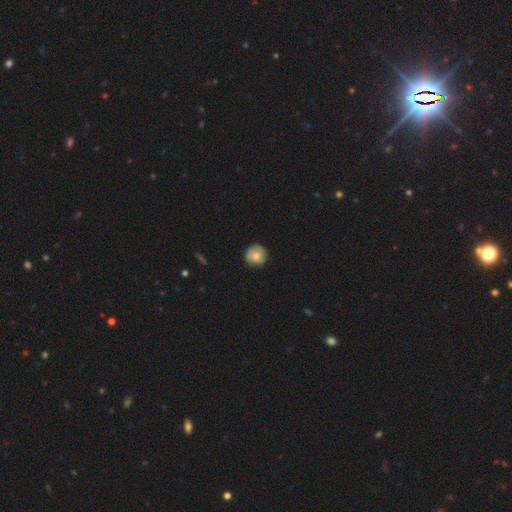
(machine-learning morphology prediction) Smooth or featured?
  - smooth: 77% *
  - featured or disk: 15%
  - star or artifact: 7%
How rounded?
  - round: 92% *
  - in between: 7%
  - cigar-shaped: 1%
Merging?
  - none: 80% *
  - minor disturbance: 16%
  - major disturbance: 3%
  - merger: 1%